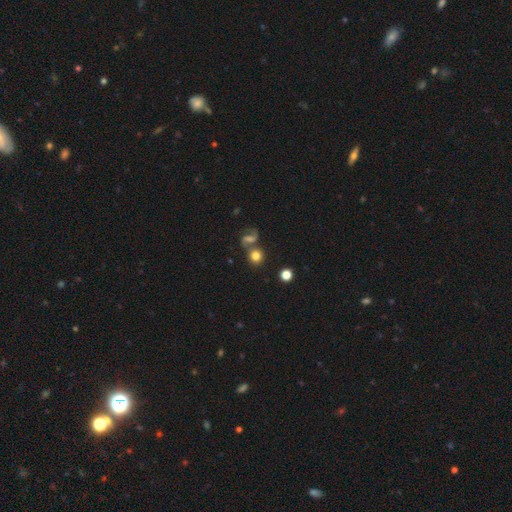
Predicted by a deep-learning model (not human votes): The model was most divided on "merging": none: 59%, merger: 26%, minor disturbance: 9%, major disturbance: 5%. More confident: how rounded — round (87%); smooth or featured — smooth (72%).